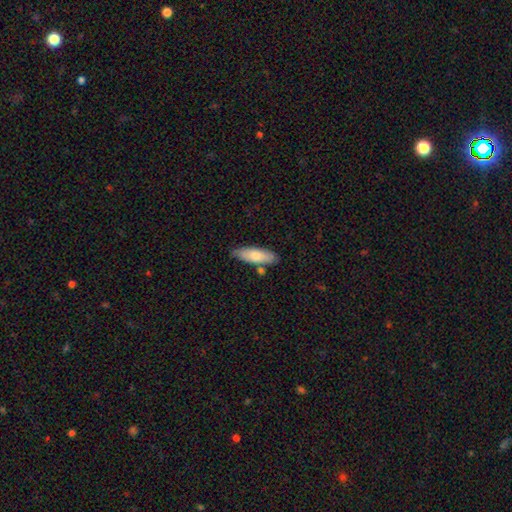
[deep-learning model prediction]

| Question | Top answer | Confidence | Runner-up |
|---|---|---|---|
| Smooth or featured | smooth | 73% | featured or disk (22%) |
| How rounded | in between | 57% | cigar-shaped (41%) |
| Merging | none | 74% | minor disturbance (15%) |